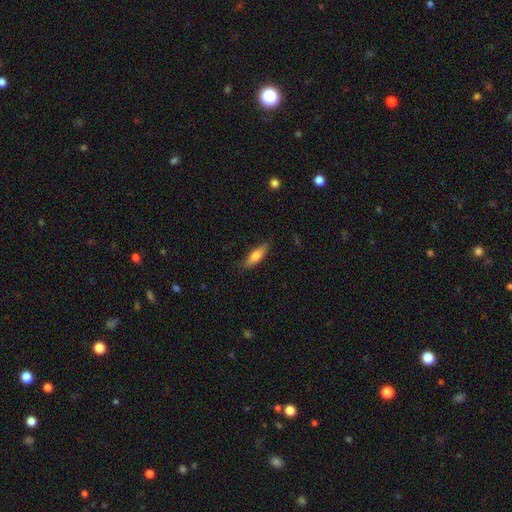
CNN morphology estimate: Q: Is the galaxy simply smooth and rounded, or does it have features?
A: smooth — 70%.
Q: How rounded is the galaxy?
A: in between — 49%.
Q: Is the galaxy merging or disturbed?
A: none — 82%.